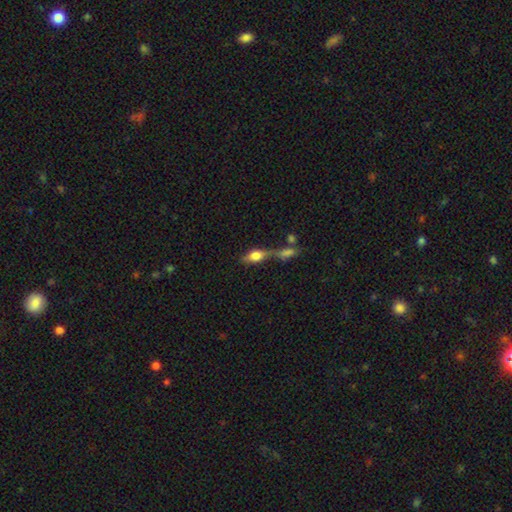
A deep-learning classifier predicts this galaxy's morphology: Q: Smooth or featured?
A: smooth (66%); runner-up: featured or disk (25%)
Q: How rounded?
A: in between (75%); runner-up: cigar-shaped (17%)
Q: Merging?
A: merger (54%); runner-up: none (24%)